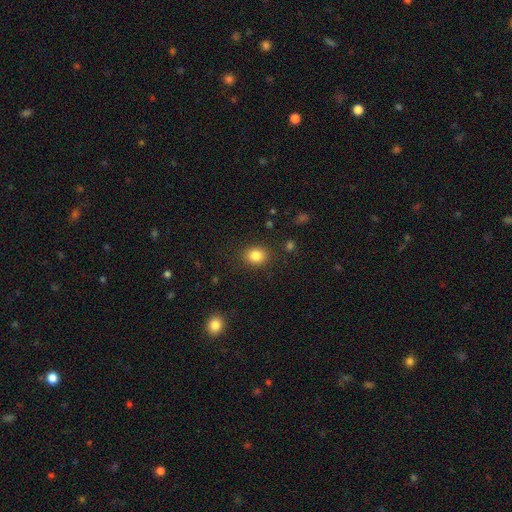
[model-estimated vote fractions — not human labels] A smooth galaxy with no disk features (84%) that is round (59%).

Vote fractions:
- Smooth or featured? smooth: 84% / star or artifact: 10% / featured or disk: 5%
- How rounded? round: 59% / in between: 40% / cigar-shaped: 1%
- Merging? none: 87% / minor disturbance: 9% / major disturbance: 3% / merger: 2%